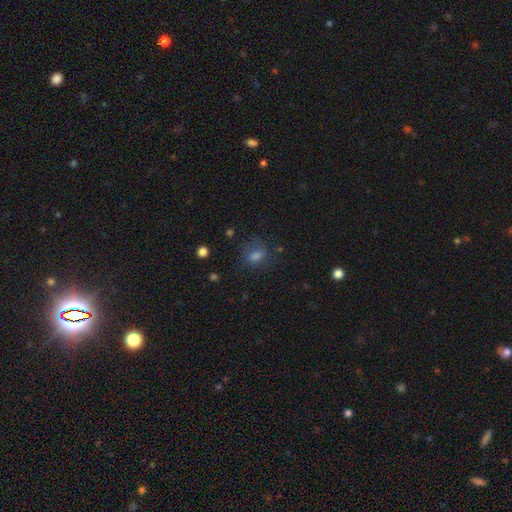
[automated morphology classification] smooth 62%, star or artifact 22%, featured or disk 16%. Down the decision tree: how rounded — in between (60%); merging — none (66%).